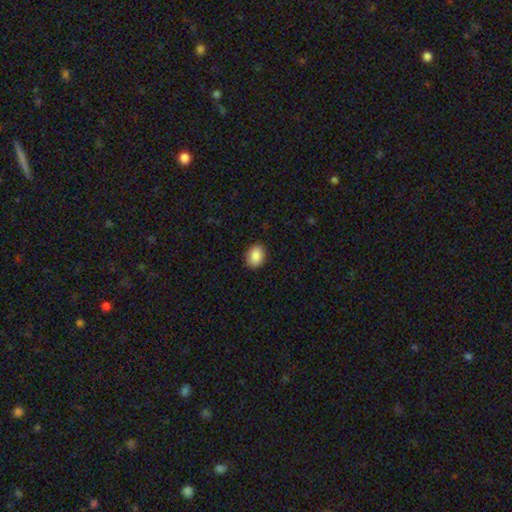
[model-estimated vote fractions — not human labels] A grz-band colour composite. It shows a smooth galaxy with no disk features (89%) that is in between round and cigar-shaped (68%). Merging: none (88%).